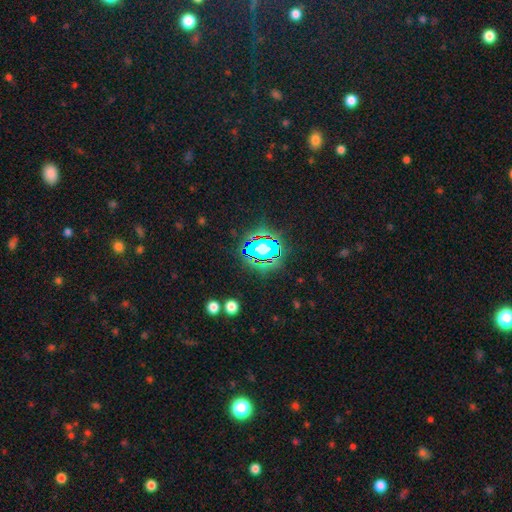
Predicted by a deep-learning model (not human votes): smooth_or_featured: star or artifact (p=0.79) [alt: smooth p=0.14]